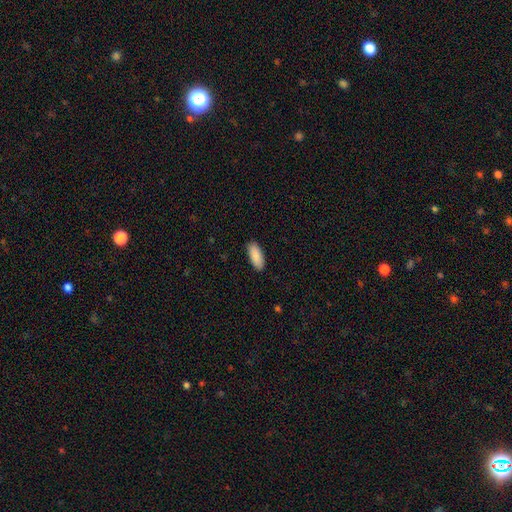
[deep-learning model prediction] smooth-or-featured: smooth: 90% | star or artifact: 5% | featured or disk: 4%
  how-rounded: in between: 82% | cigar-shaped: 16% | round: 2%
  merging: none: 89% | minor disturbance: 8% | major disturbance: 2% | merger: 1%